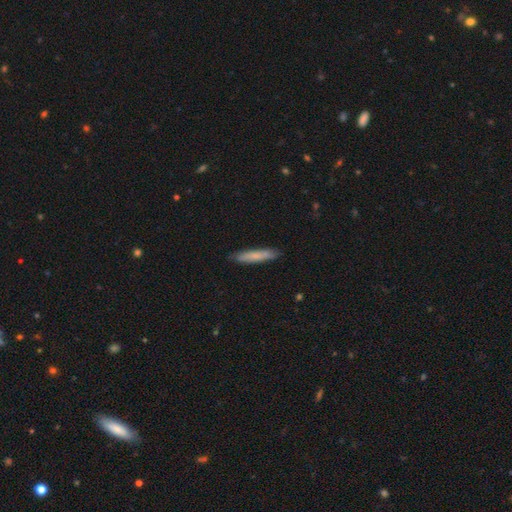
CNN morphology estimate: smooth 73%, featured or disk 21%, star or artifact 6%. Down the decision tree: how rounded — cigar-shaped (92%); merging — none (87%).